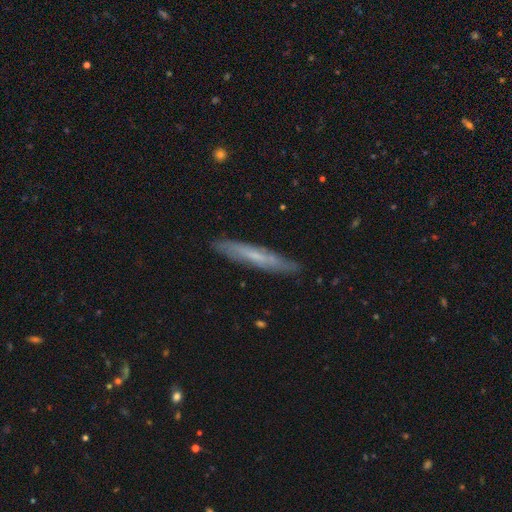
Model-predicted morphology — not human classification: Smooth or featured? Predicted: featured or disk (p=0.51). Edge-on disk? Predicted: yes (p=0.83). Merging? Predicted: none (p=0.87).